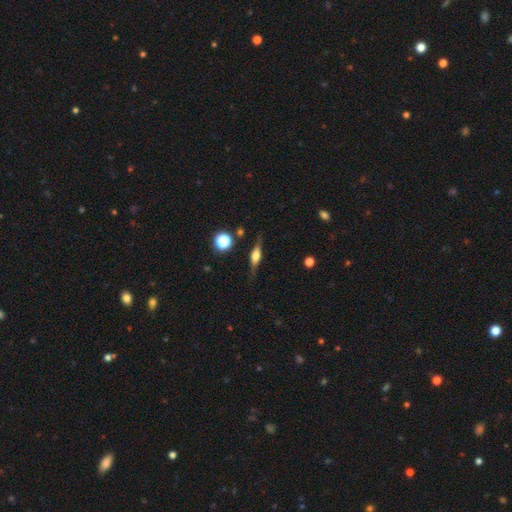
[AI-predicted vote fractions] Q: Smooth or featured?
A: featured or disk (61%); runner-up: smooth (31%)
Q: Edge-on disk?
A: yes (94%); runner-up: no (6%)
Q: Edge-on bulge?
A: rounded (84%); runner-up: boxy (14%)
Q: Merging?
A: none (80%); runner-up: minor disturbance (14%)